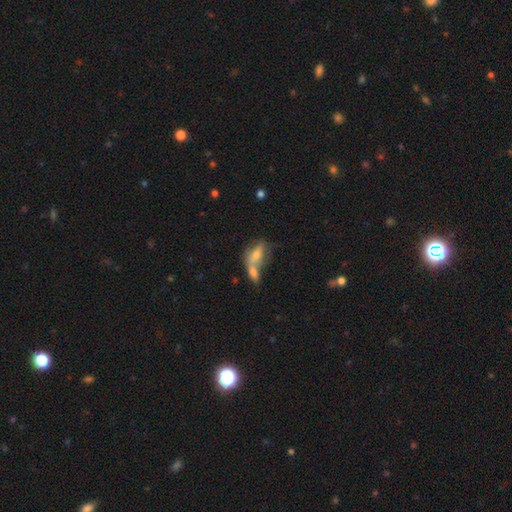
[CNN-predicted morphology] A smooth galaxy with no disk features (59%) that is in between round and cigar-shaped (75%). Merging: merger (57%).